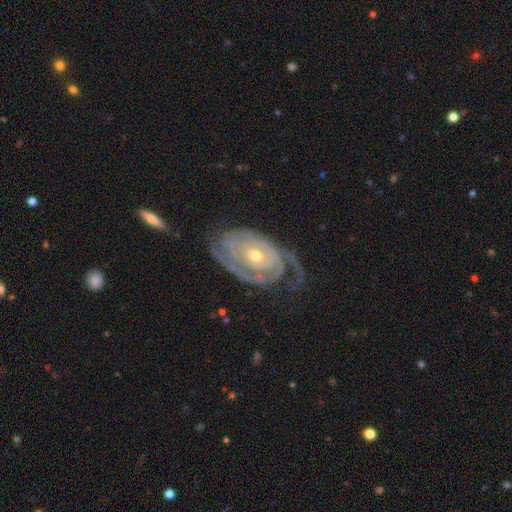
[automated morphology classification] The model was most divided on "bulge size": moderate: 49%, small: 47%, large: 2%, none: 1%, dominant: 1%. Remaining: spiral arms — yes (96%); edge-on disk — no (96%); smooth or featured — featured or disk (89%); spiral winding — tight (78%); bar — no (74%); merging — none (65%); spiral arm count — 2 (38%).